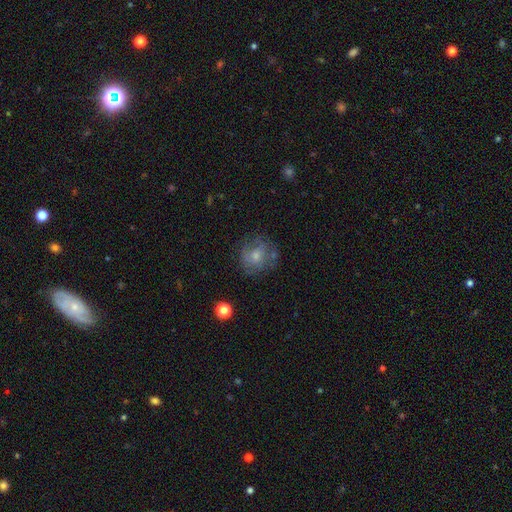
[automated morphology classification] Overall: smooth (47%; featured or disk 39%). Merging: none (71%).